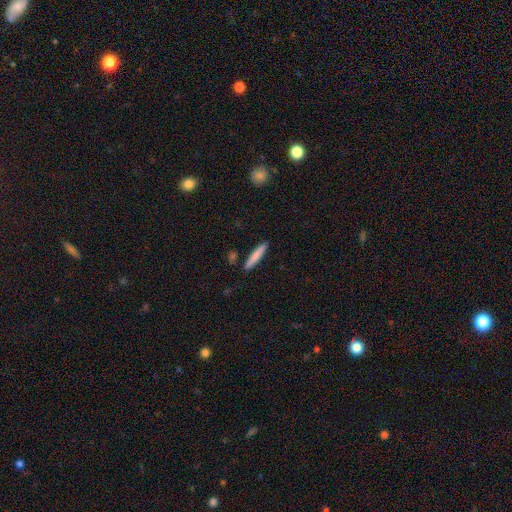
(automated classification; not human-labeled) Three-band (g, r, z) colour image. It shows a smooth galaxy with no disk features (78%) that is cigar-shaped (93%). Merging: none (88%).